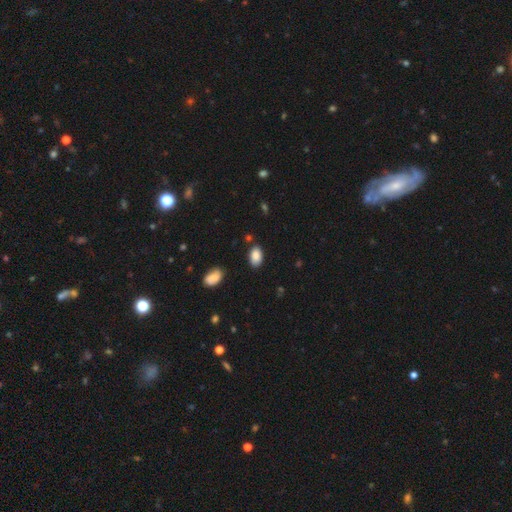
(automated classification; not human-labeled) The model was most divided on "merging": none: 82%, minor disturbance: 13%, major disturbance: 3%, merger: 2%. More confident: how rounded — in between (92%); smooth or featured — smooth (88%).